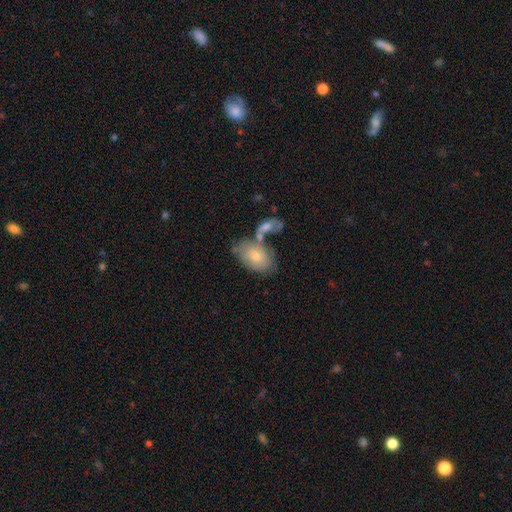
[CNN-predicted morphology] smooth-or-featured: smooth: 67% | featured or disk: 27% | star or artifact: 6%
  how-rounded: in between: 90% | round: 8% | cigar-shaped: 1%
  merging: none: 38% | merger: 35% | minor disturbance: 18% | major disturbance: 9%